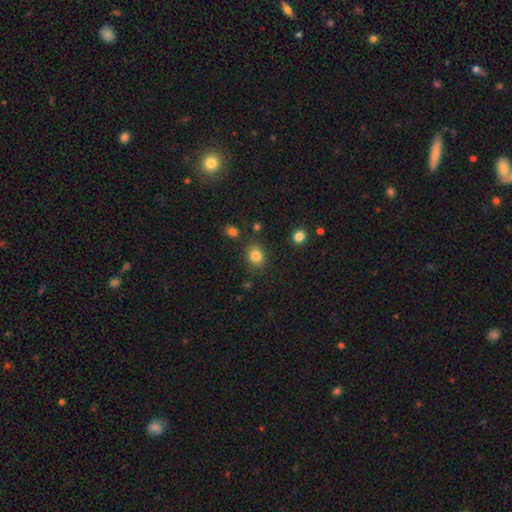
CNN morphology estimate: A smooth galaxy with no disk features (83%) that is round (55%). Merging: none (82%).